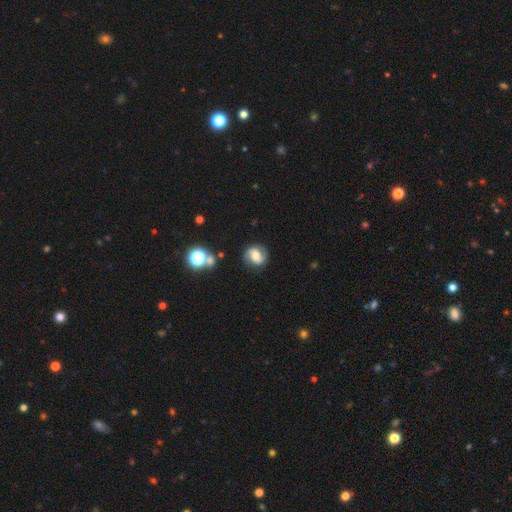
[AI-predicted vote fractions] A featured or disk galaxy (55%) with a weak bar (44%), spiral arms (88%) and a moderate central bulge (42%). Merging: none (77%).